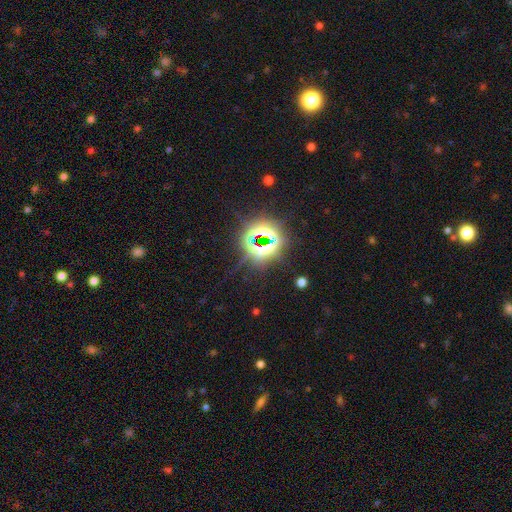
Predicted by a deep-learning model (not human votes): The model was most divided on "smooth or featured": star or artifact: 78%, smooth: 12%, featured or disk: 10%.